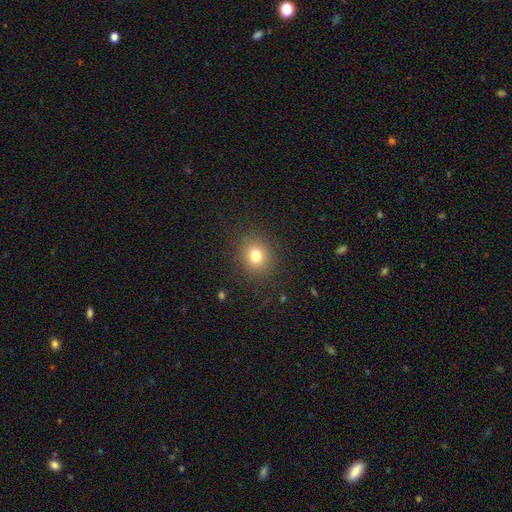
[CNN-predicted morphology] Overall: smooth (78%). How rounded: round (73%). Merging: none (87%).